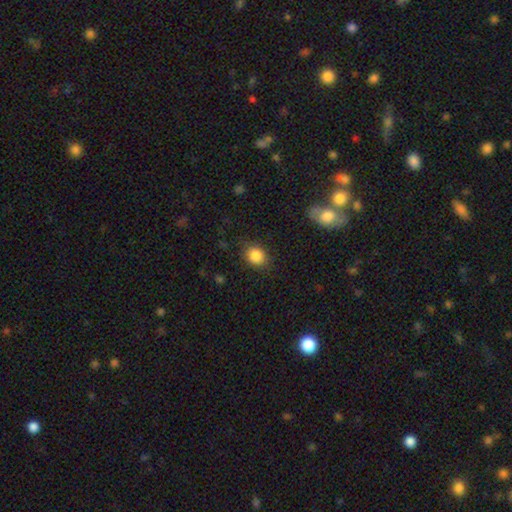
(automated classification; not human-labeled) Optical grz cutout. It shows a smooth galaxy with no disk features (86%) that is round (63%). Merging: none (82%).